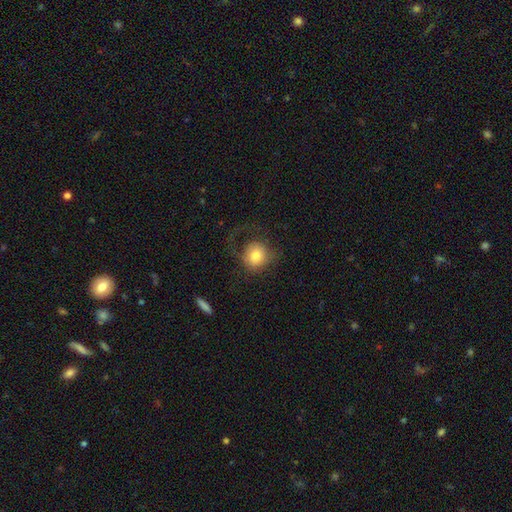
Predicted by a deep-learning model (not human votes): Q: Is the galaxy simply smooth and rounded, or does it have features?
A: smooth — 75%.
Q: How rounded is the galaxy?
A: round — 83%.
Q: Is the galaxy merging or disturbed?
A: none — 45%.